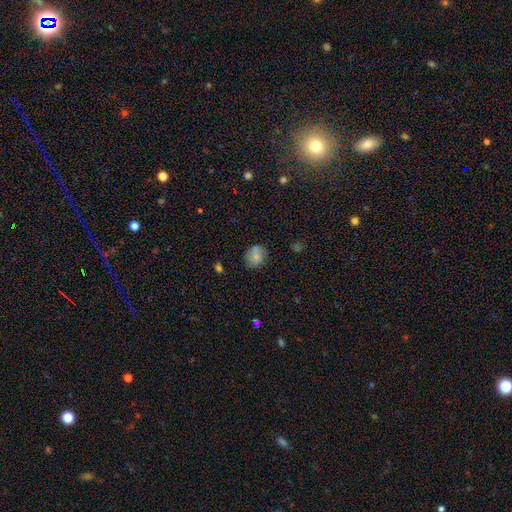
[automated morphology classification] Smooth or featured? Predicted: smooth (p=0.67). How rounded? Predicted: round (p=0.71). Merging? Predicted: none (p=0.71).